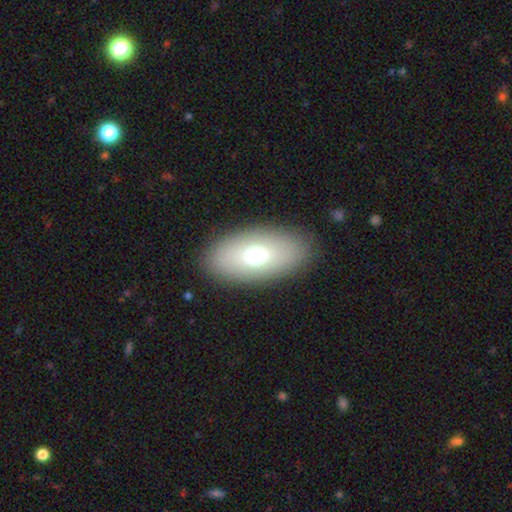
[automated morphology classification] The model was most divided on "smooth or featured": smooth: 66%, featured or disk: 23%, star or artifact: 11%. More confident: how rounded — in between (88%); merging — none (87%).